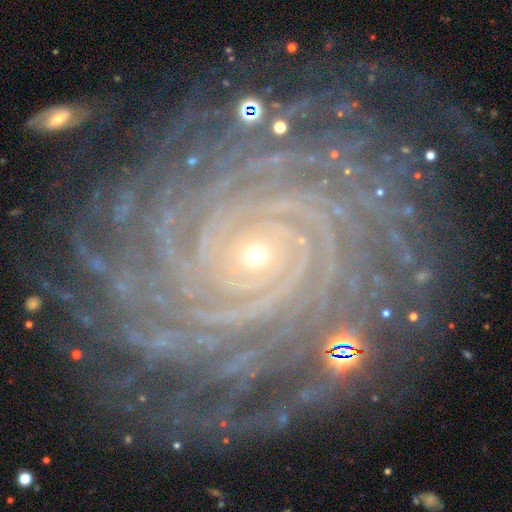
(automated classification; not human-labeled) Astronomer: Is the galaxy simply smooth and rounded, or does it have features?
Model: featured or disk — 88%.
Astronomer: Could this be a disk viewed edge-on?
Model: no — 97%.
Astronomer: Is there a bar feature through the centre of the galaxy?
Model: no — 74%.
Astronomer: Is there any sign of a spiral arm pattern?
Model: yes — 98%.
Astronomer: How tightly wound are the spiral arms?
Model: tight — 88%.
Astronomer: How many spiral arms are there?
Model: more than 4 — 37% (runner-up: can't tell, 18%).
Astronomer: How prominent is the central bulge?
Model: small — 86%.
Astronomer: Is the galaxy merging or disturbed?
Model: none — 83%.